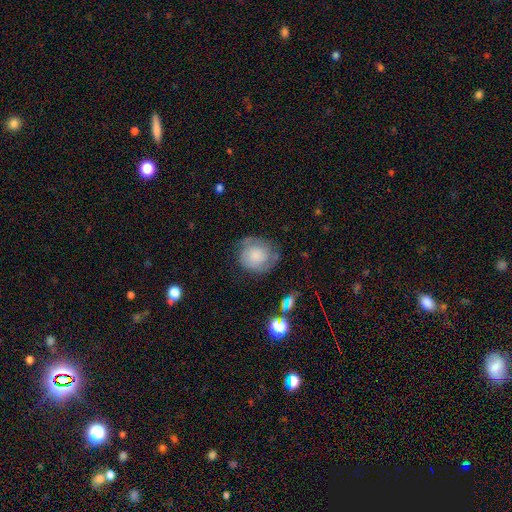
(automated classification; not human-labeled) Smooth or featured? smooth (45%, tied with featured or disk)
Merging? none (63%)